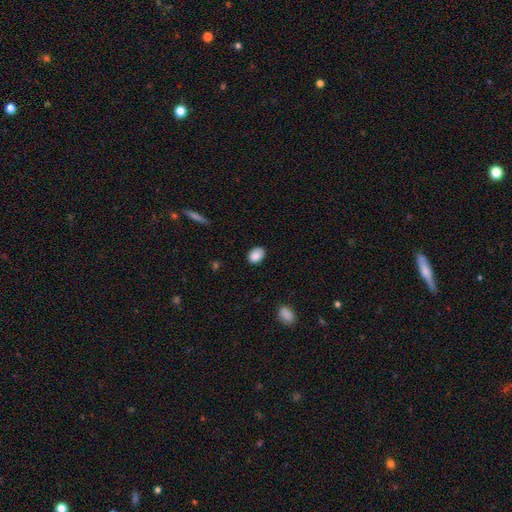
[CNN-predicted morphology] Smooth or featured: smooth — 87% (star or artifact — 8%)
How rounded: in between — 74% (round — 25%)
Merging: none — 84% (minor disturbance — 13%)